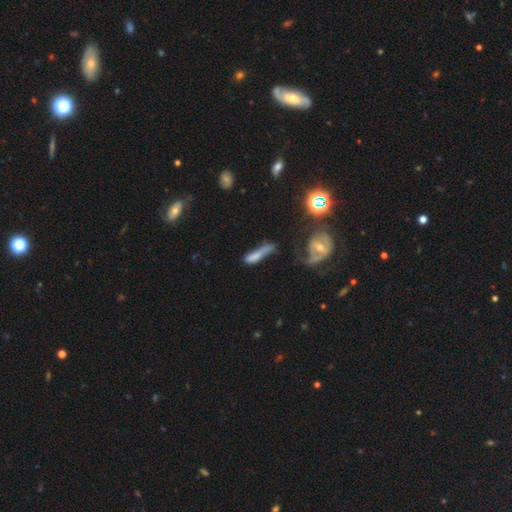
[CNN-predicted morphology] Q: Smooth or featured?
A: smooth (64%); runner-up: featured or disk (26%)
Q: How rounded?
A: cigar-shaped (72%); runner-up: in between (24%)
Q: Merging?
A: none (30%); runner-up: major disturbance (29%)